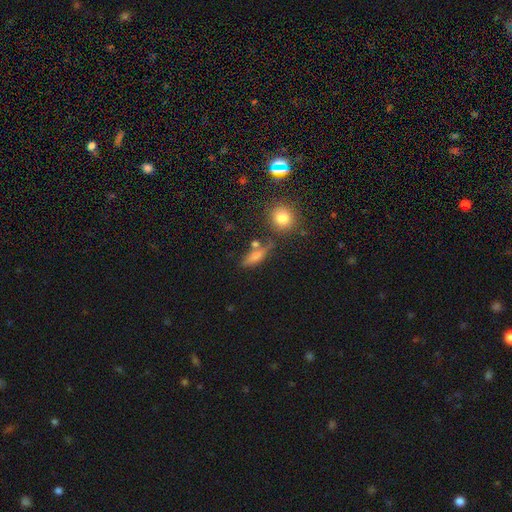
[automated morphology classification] A smooth galaxy with no disk features (57%) that is cigar-shaped (51%). Merging: none (66%).